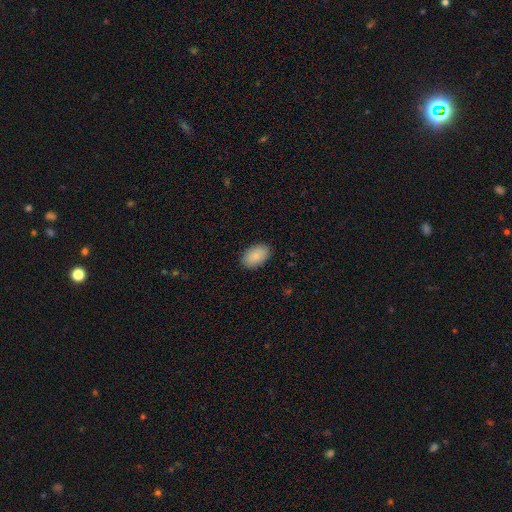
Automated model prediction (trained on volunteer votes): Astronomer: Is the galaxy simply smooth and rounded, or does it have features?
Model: smooth — 87%.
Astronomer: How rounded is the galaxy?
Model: in between — 92%.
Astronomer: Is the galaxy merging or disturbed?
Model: none — 89%.